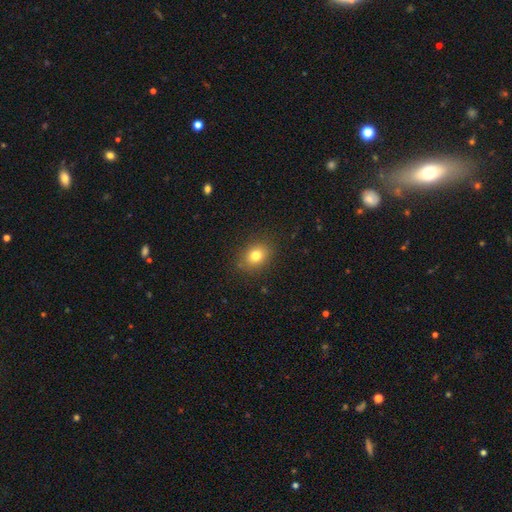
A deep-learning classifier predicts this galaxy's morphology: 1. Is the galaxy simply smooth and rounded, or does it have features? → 78% smooth, 12% star or artifact, 10% featured or disk.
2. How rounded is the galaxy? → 51% in between, 48% round, 1% cigar-shaped.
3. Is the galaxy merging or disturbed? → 86% none, 10% minor disturbance, 3% major disturbance, 1% merger.